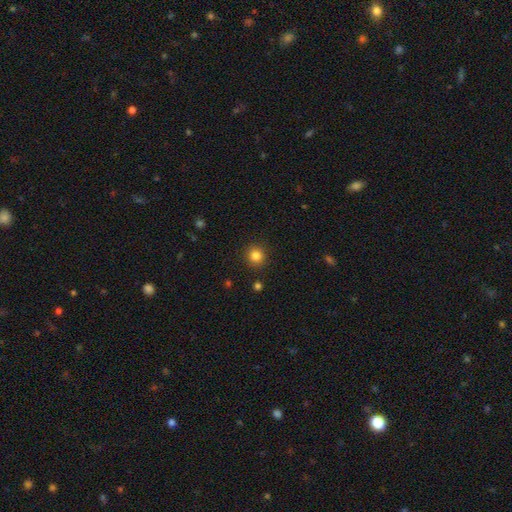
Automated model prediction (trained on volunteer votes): Smooth or featured? smooth (83%)
How rounded? round (92%)
Merging? none (91%)